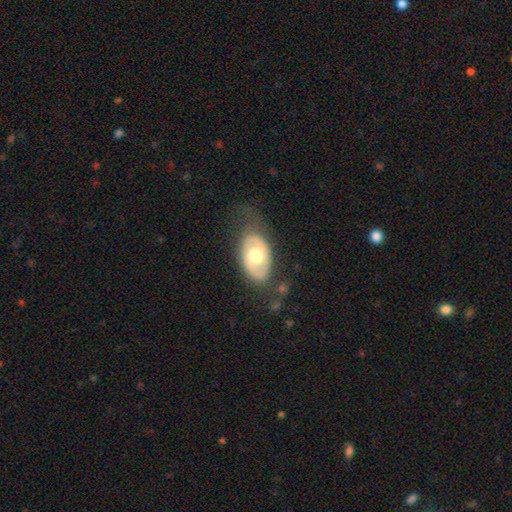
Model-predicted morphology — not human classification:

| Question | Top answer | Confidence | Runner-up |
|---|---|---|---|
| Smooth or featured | smooth | 49% | featured or disk (46%) |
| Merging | none | 60% | minor disturbance (24%) |